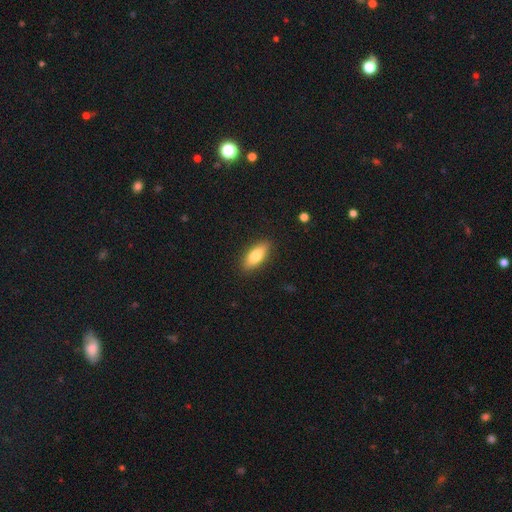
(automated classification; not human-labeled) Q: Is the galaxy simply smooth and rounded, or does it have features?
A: smooth — 77%.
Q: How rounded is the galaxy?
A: in between — 74%.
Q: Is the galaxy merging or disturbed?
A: none — 88%.